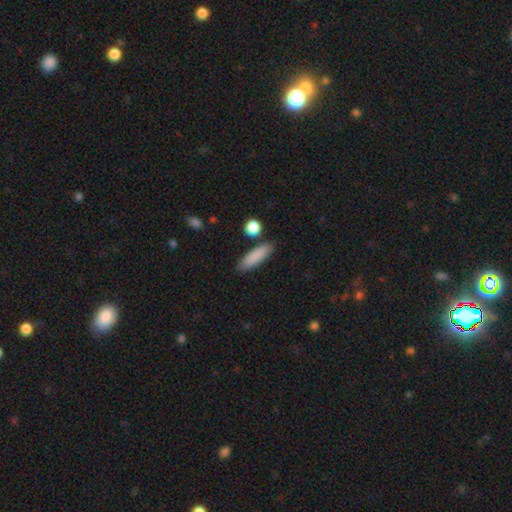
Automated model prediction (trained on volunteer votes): This is clearly a smooth galaxy (86%). How rounded: possibly cigar-shaped (59%). Merging: clearly none (82%).